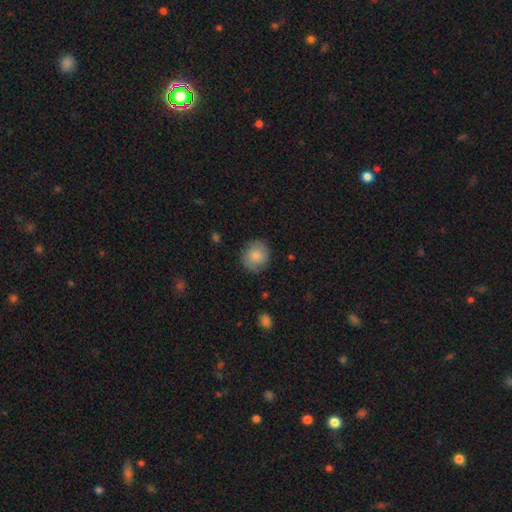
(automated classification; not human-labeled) Smooth or featured?
  - smooth: 78% *
  - featured or disk: 14%
  - star or artifact: 7%
How rounded?
  - round: 84% *
  - in between: 15%
  - cigar-shaped: 1%
Merging?
  - none: 82% *
  - minor disturbance: 13%
  - major disturbance: 3%
  - merger: 1%